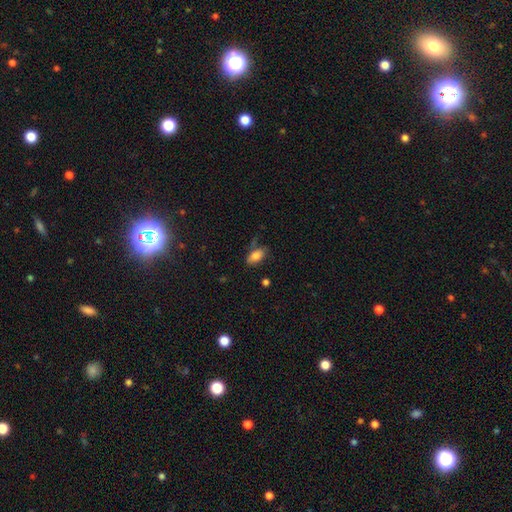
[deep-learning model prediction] A smooth galaxy with no disk features (82%) that is in between round and cigar-shaped (92%). Merging: none (61%).